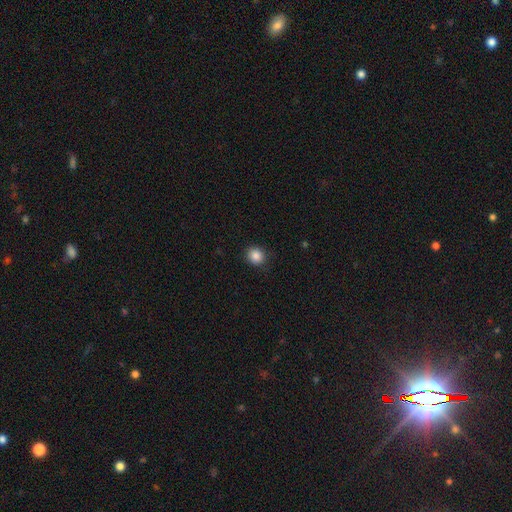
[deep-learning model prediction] smooth 87%, star or artifact 10%, featured or disk 4%. Down the decision tree: how rounded — round (81%); merging — none (88%).